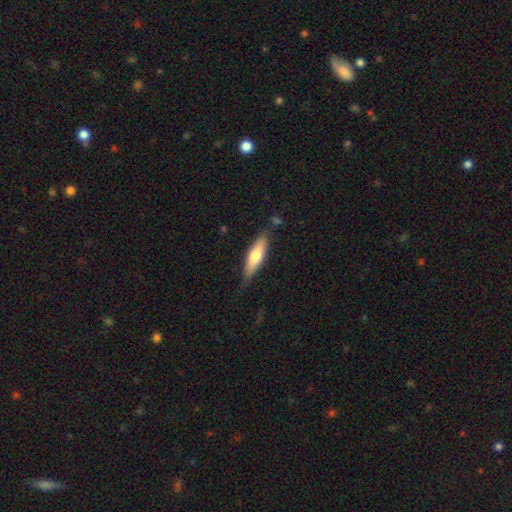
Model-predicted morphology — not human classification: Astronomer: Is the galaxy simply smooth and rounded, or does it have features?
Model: smooth — 60%.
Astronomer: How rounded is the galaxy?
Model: cigar-shaped — 62%.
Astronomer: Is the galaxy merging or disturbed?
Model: none — 77%.